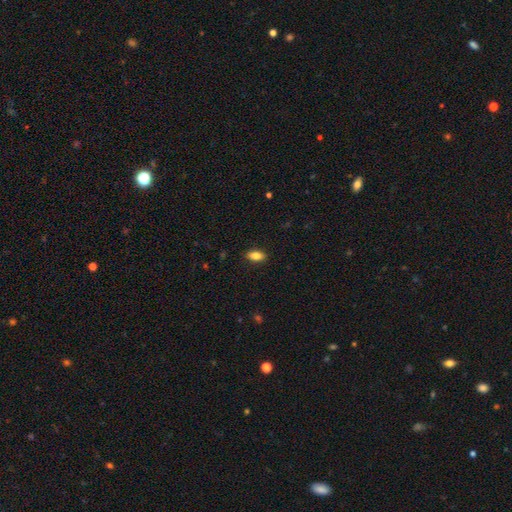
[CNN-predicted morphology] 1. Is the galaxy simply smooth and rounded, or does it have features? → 85% smooth, 8% star or artifact, 7% featured or disk.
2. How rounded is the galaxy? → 89% in between, 5% round, 5% cigar-shaped.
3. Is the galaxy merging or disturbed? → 88% none, 9% minor disturbance, 2% major disturbance, 1% merger.